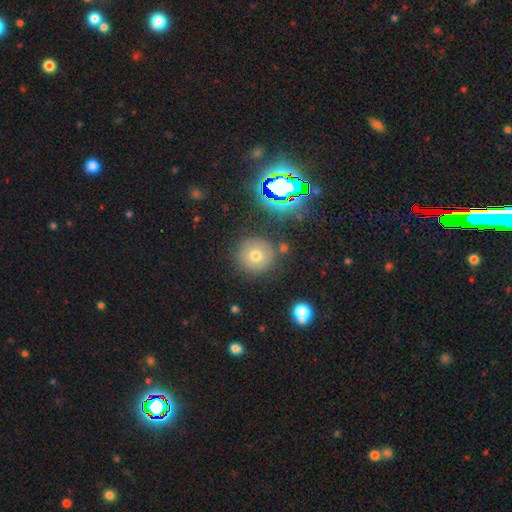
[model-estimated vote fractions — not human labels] Smooth or featured? smooth (69%)
How rounded? round (94%)
Merging? none (84%)